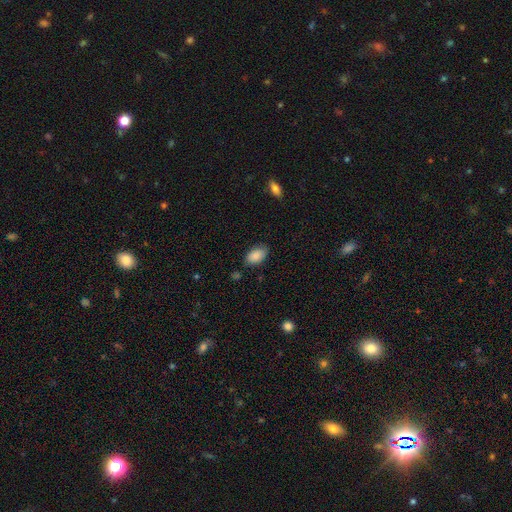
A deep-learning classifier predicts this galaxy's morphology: This is clearly a smooth galaxy (87%). How rounded: clearly in between (93%). Merging: likely none (76%).